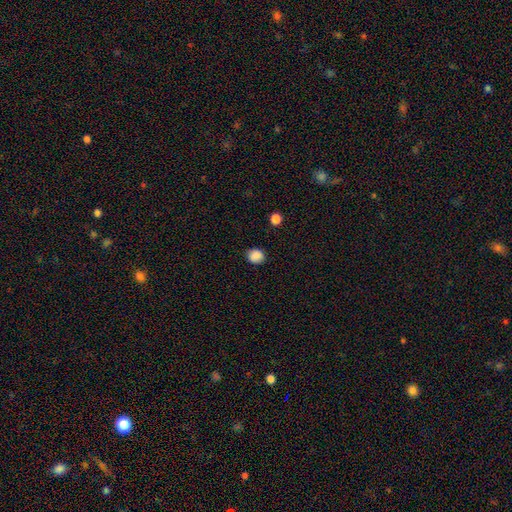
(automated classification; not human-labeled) Overall: smooth (87%). How rounded: round (80%). Merging: none (87%).